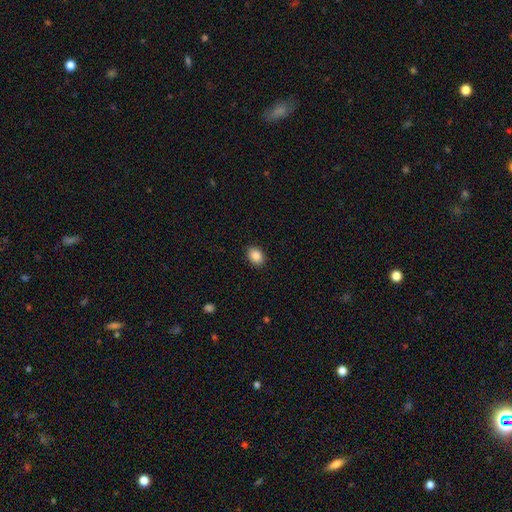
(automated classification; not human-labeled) Overall: smooth (88%). How rounded: in between (72%). Merging: none (89%).